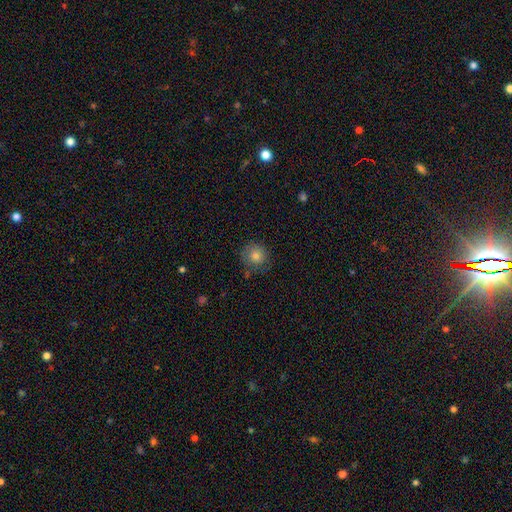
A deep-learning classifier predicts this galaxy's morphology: Q: Smooth or featured?
A: smooth (78%); runner-up: star or artifact (11%)
Q: How rounded?
A: round (91%); runner-up: in between (8%)
Q: Merging?
A: none (78%); runner-up: minor disturbance (16%)